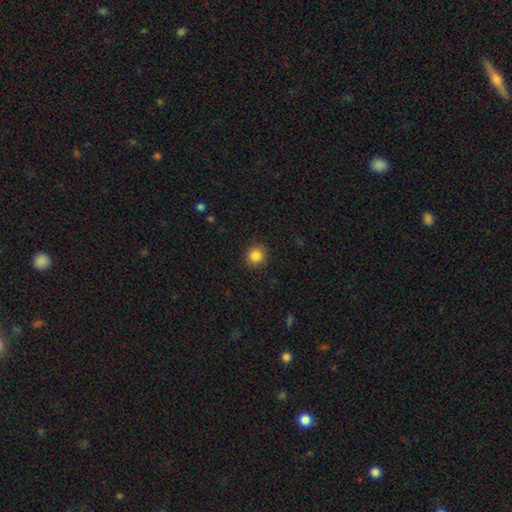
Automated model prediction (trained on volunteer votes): Smooth or featured: smooth — 85% (star or artifact — 11%)
How rounded: round — 93% (in between — 6%)
Merging: none — 91% (minor disturbance — 6%)